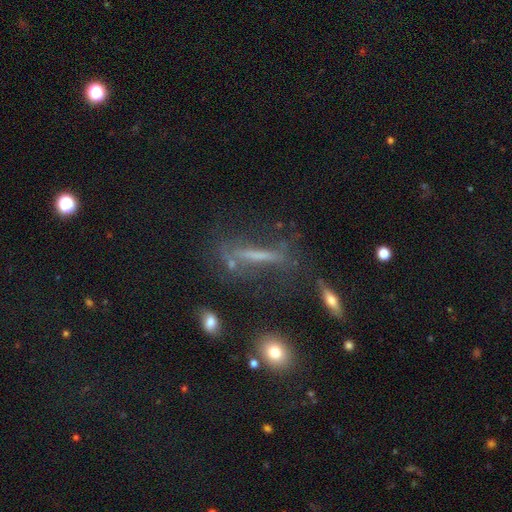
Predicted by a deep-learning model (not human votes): Morphology: type=featured or disk (51%); edge-on=yes (56%); merging=none (54%).